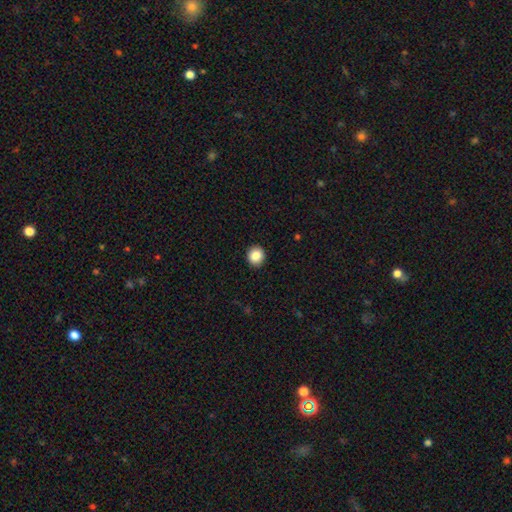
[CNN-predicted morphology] A smooth galaxy with no disk features (87%) that is round (87%). Merging: none (92%).